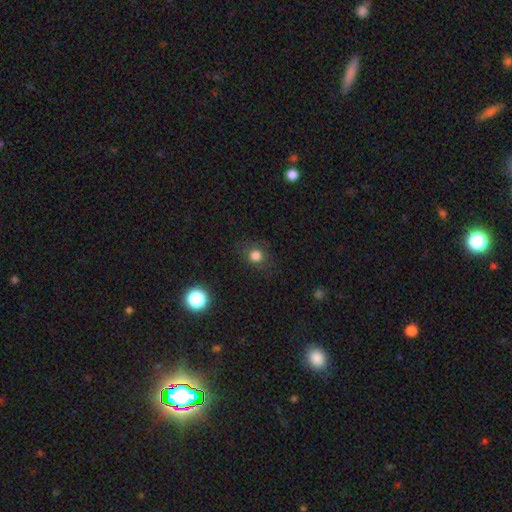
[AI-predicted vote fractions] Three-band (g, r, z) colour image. It shows a smooth galaxy with no disk features (78%) that is round (84%). Merging: none (84%).